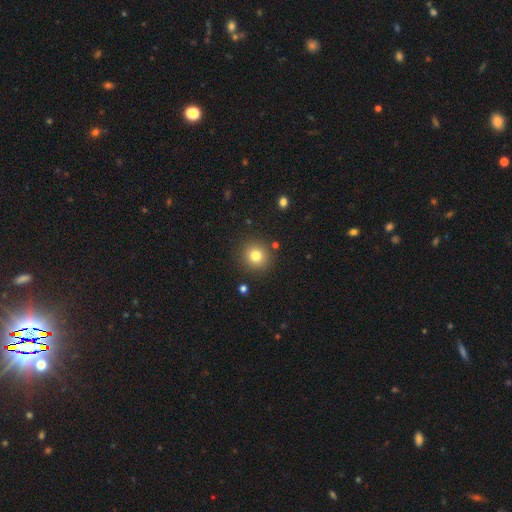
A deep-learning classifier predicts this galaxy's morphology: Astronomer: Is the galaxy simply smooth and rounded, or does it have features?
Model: smooth — 79%.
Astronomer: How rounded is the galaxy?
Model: round — 92%.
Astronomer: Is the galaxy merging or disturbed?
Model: none — 88%.